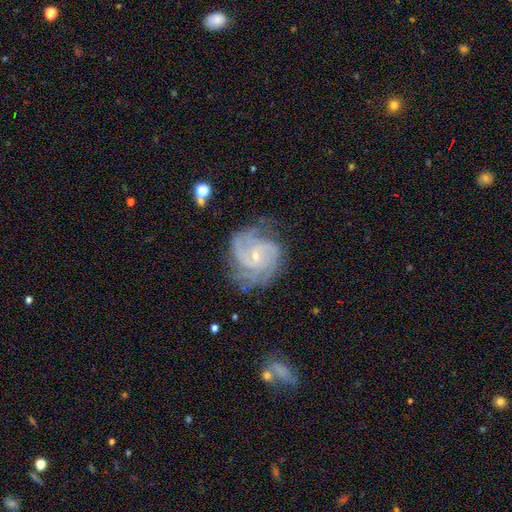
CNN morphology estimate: Smooth or featured: featured or disk — 88% (star or artifact — 6%)
Edge-on disk: no — 98% (yes — 2%)
Bar: no — 61% (weak — 31%)
Spiral arms: yes — 97% (no — 3%)
Spiral winding: tight — 56% (medium — 37%)
Spiral arm count: 3 — 27% (2 — 20%)
Bulge size: small — 79% (moderate — 17%)
Merging: none — 68% (minor disturbance — 21%)